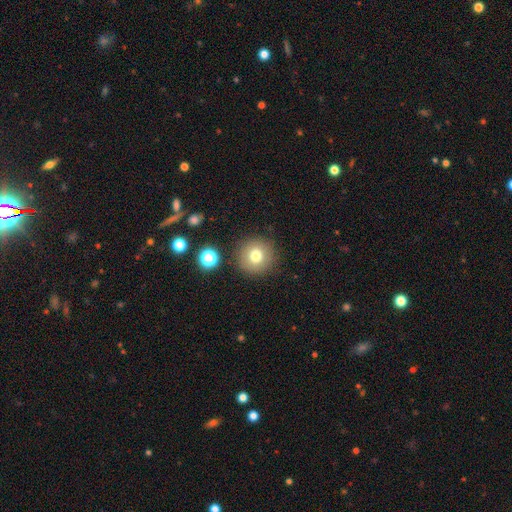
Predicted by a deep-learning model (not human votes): Q: Smooth or featured?
A: smooth (76%); runner-up: star or artifact (12%)
Q: How rounded?
A: round (95%); runner-up: in between (4%)
Q: Merging?
A: none (88%); runner-up: minor disturbance (7%)